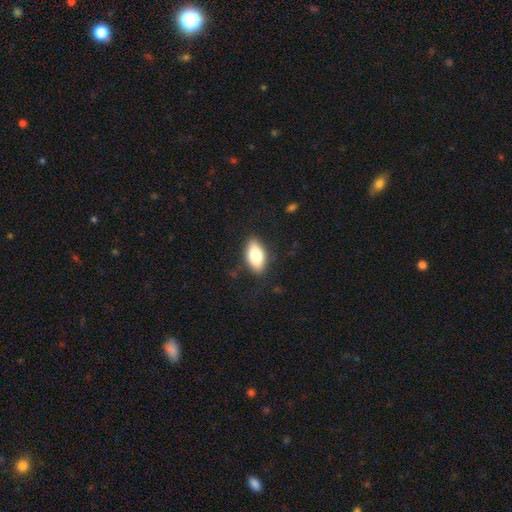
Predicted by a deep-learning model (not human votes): Smooth or featured?
  - smooth: 78% *
  - featured or disk: 15%
  - star or artifact: 7%
How rounded?
  - in between: 90% *
  - cigar-shaped: 7%
  - round: 4%
Merging?
  - none: 83% *
  - minor disturbance: 13%
  - major disturbance: 3%
  - merger: 1%